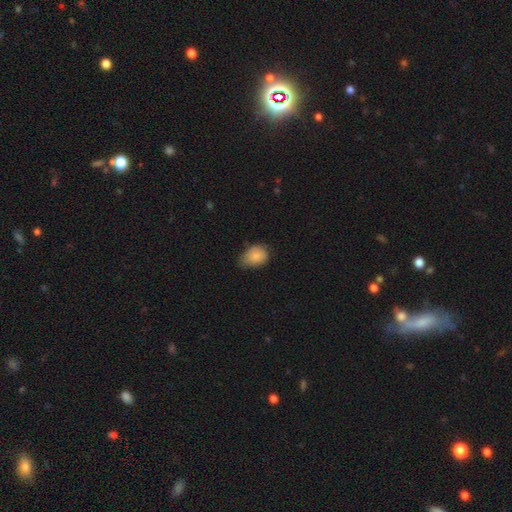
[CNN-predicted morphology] type=smooth (86%); roundness=in between (75%); merging=none (51%).